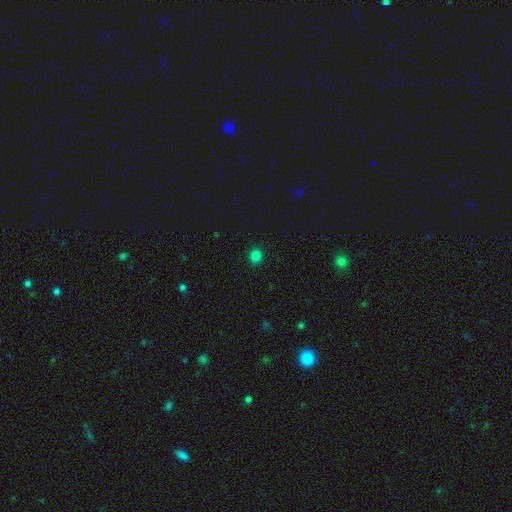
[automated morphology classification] Smooth or featured? Predicted: smooth (p=0.82). How rounded? Predicted: round (p=0.87). Merging? Predicted: none (p=0.92).